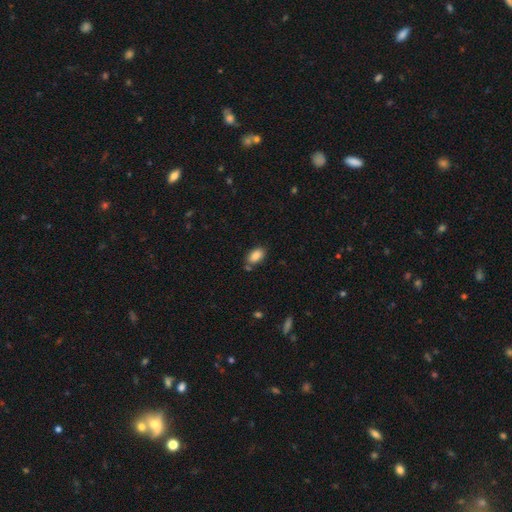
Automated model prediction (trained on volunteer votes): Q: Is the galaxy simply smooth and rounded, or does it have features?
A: smooth — 86%.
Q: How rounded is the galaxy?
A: in between — 92%.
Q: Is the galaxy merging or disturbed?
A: none — 73%.